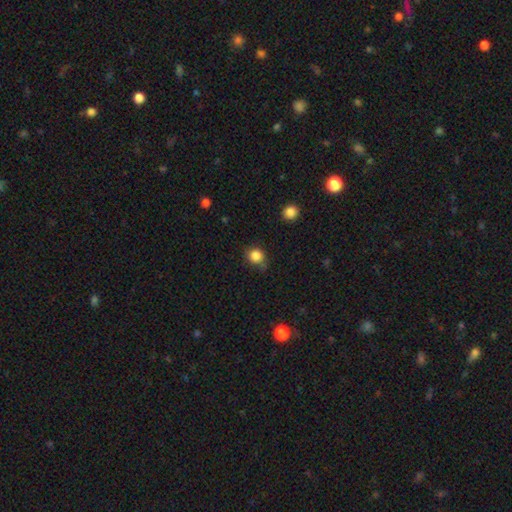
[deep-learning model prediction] This is clearly a smooth galaxy (85%). How rounded: clearly round (81%). Merging: likely none (68%).